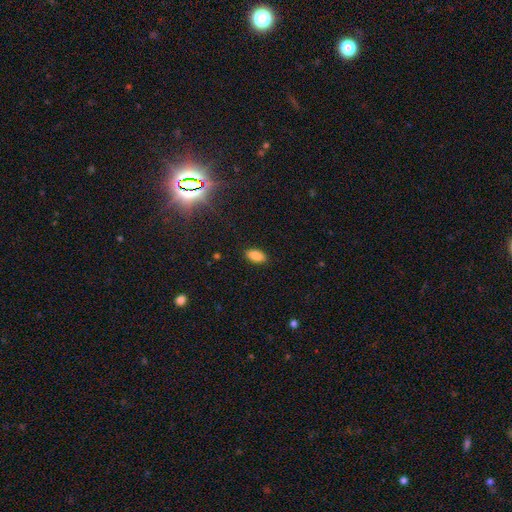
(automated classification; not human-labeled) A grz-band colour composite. It shows a smooth galaxy with no disk features (87%) that is in between round and cigar-shaped (92%). Merging: none (88%).